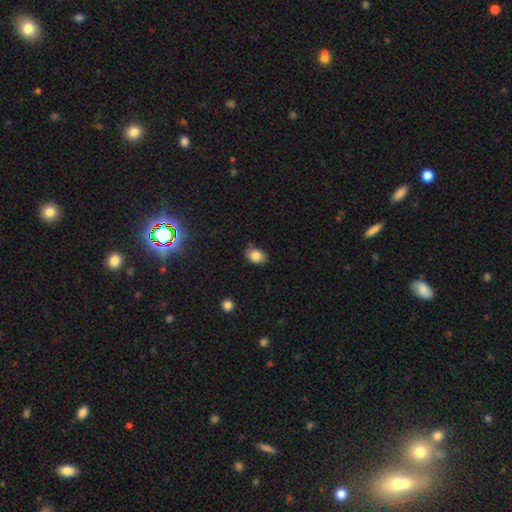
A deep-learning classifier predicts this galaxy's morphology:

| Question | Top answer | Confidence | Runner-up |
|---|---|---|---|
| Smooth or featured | smooth | 84% | star or artifact (9%) |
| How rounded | in between | 73% | round (26%) |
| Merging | none | 68% | minor disturbance (25%) |